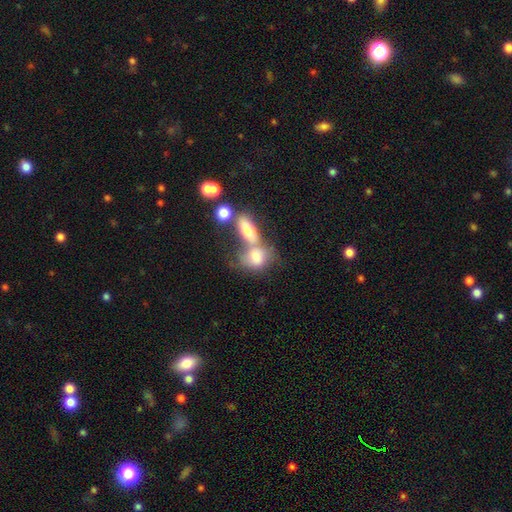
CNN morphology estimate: Smooth or featured: smooth — 69% (featured or disk — 20%)
How rounded: in between — 67% (round — 28%)
Merging: merger — 59% (none — 24%)